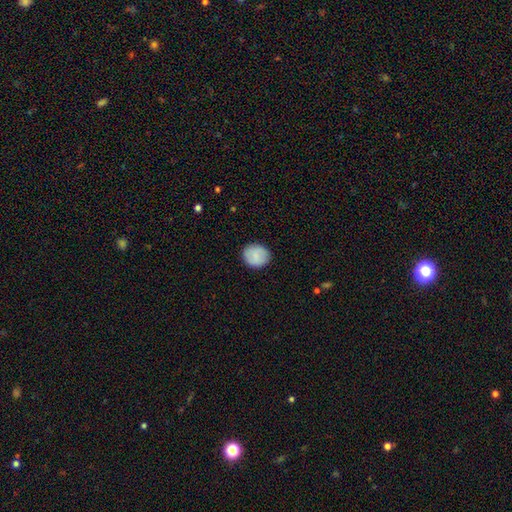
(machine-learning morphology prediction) This appears to be a smooth galaxy with no disk features (84%) that is round (81%). Merging: none (89%).